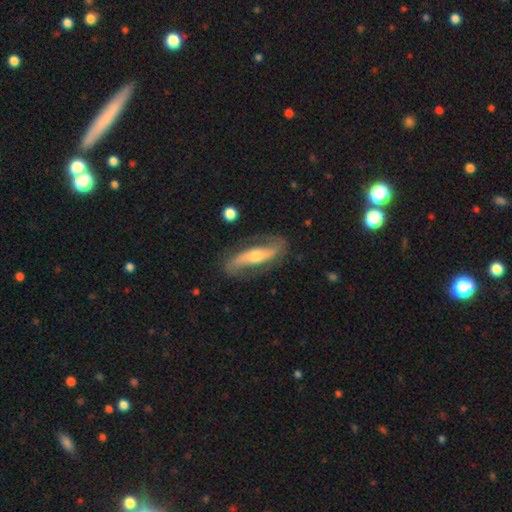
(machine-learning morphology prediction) A featured or disk galaxy (80%) with a strong bar (43%), 2 (91%) loose (48%) spiral arms (91%) and a moderate central bulge (61%).

Vote fractions:
- Smooth or featured? featured or disk: 80% / smooth: 15% / star or artifact: 5%
- Edge-on disk? no: 80% / yes: 20%
- Bar? strong: 43% / no: 31% / weak: 26%
- Spiral arms? yes: 91% / no: 9%
- Spiral winding? loose: 48% / medium: 36% / tight: 16%
- Spiral arm count? 2: 91% / can't tell: 4% / 1: 2% / 3: 1% / 4: 1% / more than 4: 1%
- Bulge size? moderate: 61% / small: 28% / large: 8% / none: 2% / dominant: 1%
- Merging? none: 78% / minor disturbance: 14% / major disturbance: 6% / merger: 2%